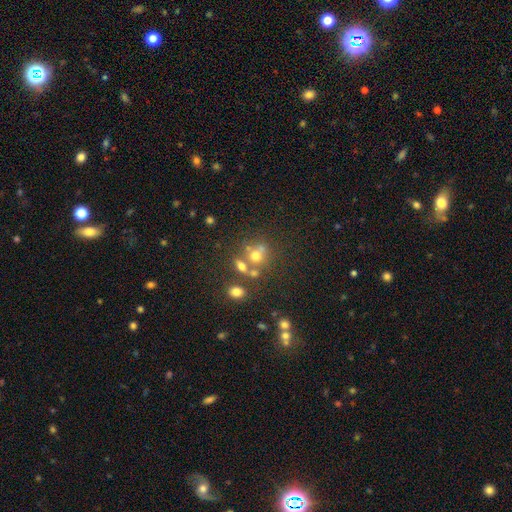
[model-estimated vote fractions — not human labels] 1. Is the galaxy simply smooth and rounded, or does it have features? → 56% smooth, 23% star or artifact, 20% featured or disk.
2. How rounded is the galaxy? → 73% round, 25% in between, 2% cigar-shaped.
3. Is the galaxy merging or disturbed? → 45% none, 37% merger, 11% minor disturbance, 7% major disturbance.